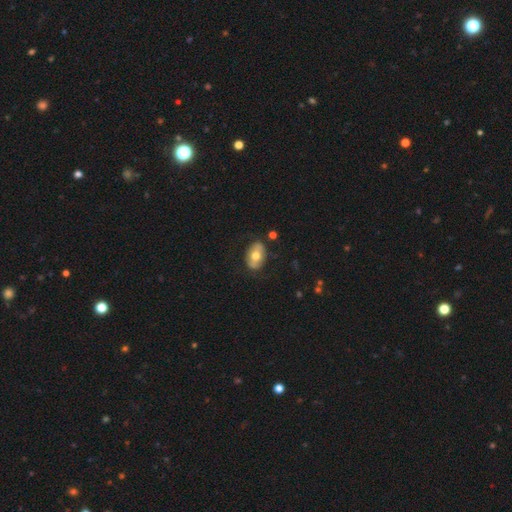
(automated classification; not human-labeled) smooth_or_featured: smooth (p=0.57) [alt: featured or disk p=0.37]
how_rounded: in between (p=0.83) [alt: round p=0.16]
merging: none (p=0.80) [alt: minor disturbance p=0.14]